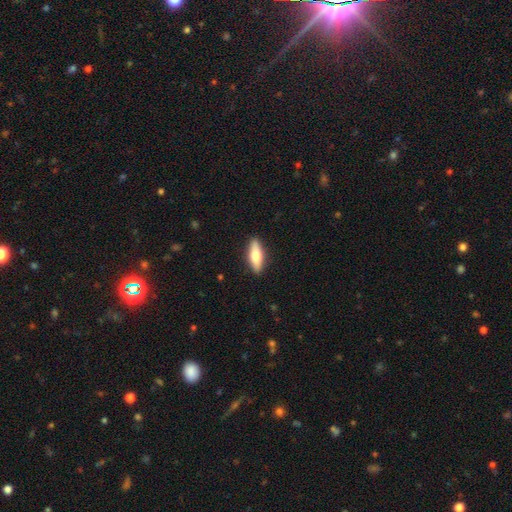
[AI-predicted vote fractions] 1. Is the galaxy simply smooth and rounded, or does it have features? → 61% smooth, 33% featured or disk, 6% star or artifact.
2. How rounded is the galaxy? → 53% in between, 45% cigar-shaped, 3% round.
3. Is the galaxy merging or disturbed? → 90% none, 8% minor disturbance, 2% major disturbance, 1% merger.